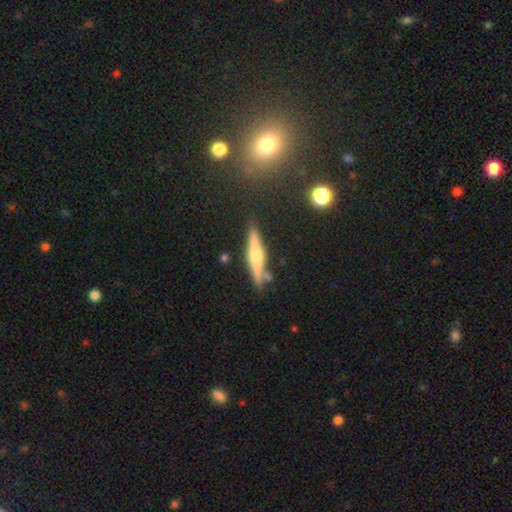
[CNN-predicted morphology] type=featured or disk (65%); edge-on=yes (95%); edge-on bulge=rounded (80%); merging=none (83%).